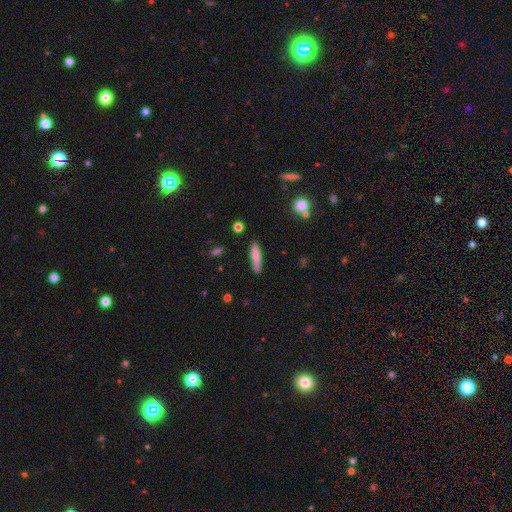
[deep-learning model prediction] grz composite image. It shows a smooth galaxy with no disk features (78%) that is cigar-shaped (77%). Merging: none (79%).